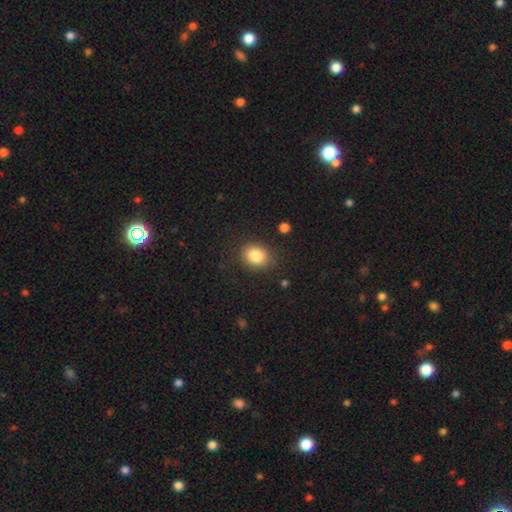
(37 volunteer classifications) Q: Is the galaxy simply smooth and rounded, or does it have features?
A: smooth — 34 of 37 (92%).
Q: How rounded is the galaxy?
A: round — 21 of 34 (62%).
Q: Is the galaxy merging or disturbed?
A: none — 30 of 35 (86%).